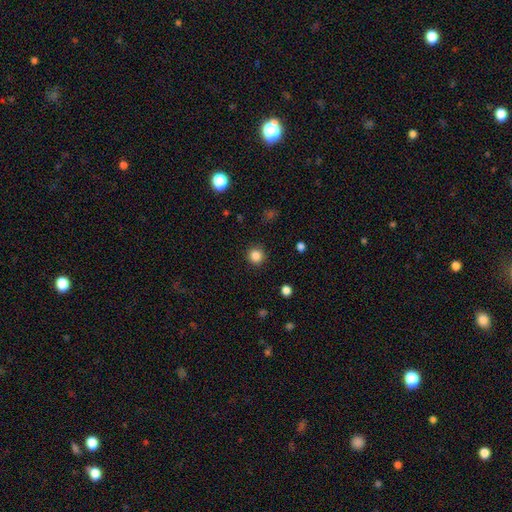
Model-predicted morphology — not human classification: type=smooth (85%); roundness=round (94%); merging=none (91%).